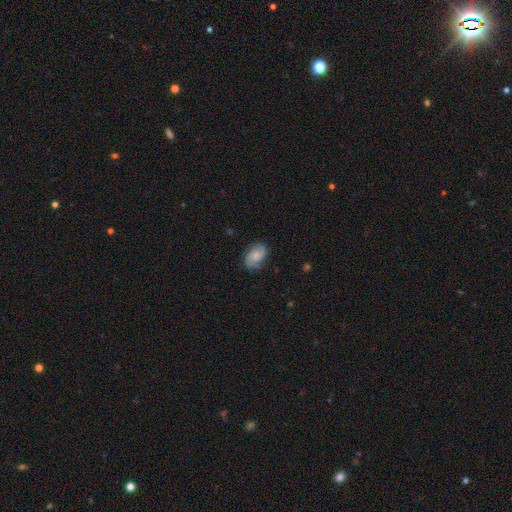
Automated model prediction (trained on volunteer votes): A featured or disk galaxy (48%). Merging: none (75%).